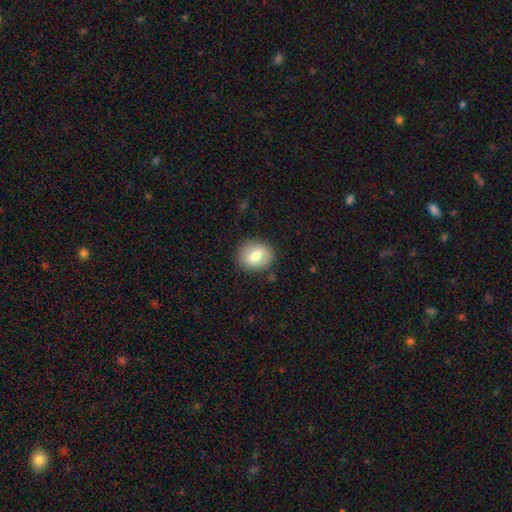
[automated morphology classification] Overall: smooth (71%). How rounded: round (60%; in between 39%). Merging: none (85%).